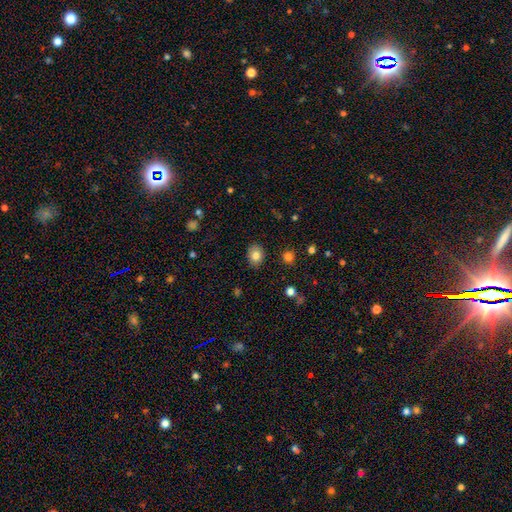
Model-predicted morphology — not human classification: smooth-or-featured: smooth: 80% | featured or disk: 10% | star or artifact: 10%
  how-rounded: in between: 50% | round: 49% | cigar-shaped: 1%
  merging: none: 86% | minor disturbance: 10% | major disturbance: 2% | merger: 1%